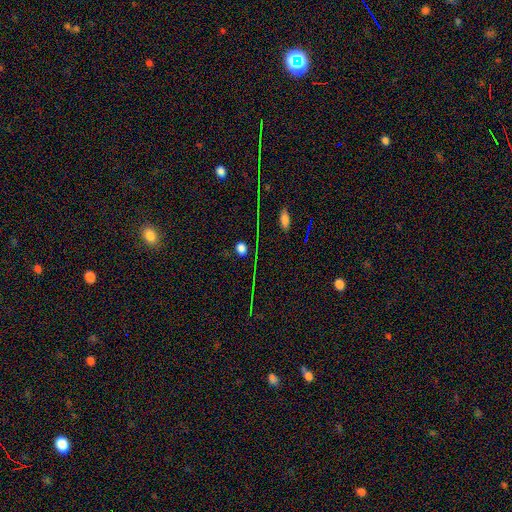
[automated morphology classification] star or artifact 63%, smooth 24%, featured or disk 13%.